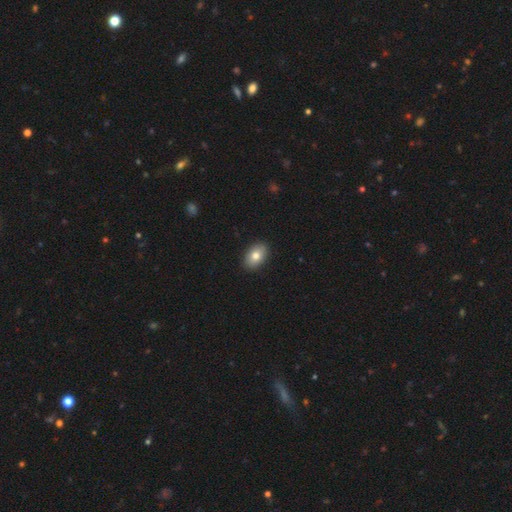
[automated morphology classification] A smooth galaxy with no disk features (79%) that is in between round and cigar-shaped (88%). Merging: none (90%).